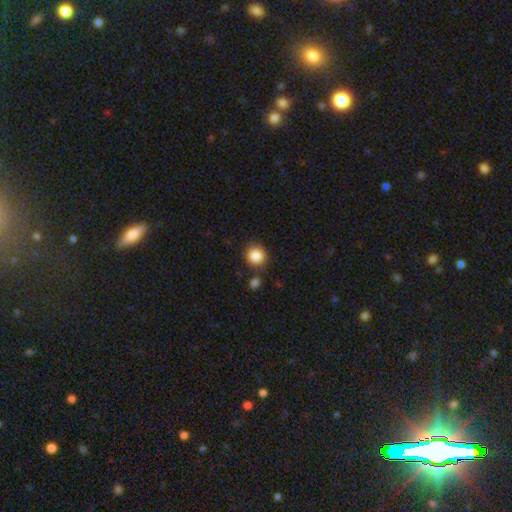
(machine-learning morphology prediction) A smooth galaxy with no disk features (87%) that is round (90%).

Vote fractions:
- Smooth or featured? smooth: 87% / star or artifact: 9% / featured or disk: 4%
- How rounded? round: 90% / in between: 9% / cigar-shaped: 1%
- Merging? none: 82% / minor disturbance: 10% / merger: 6% / major disturbance: 3%